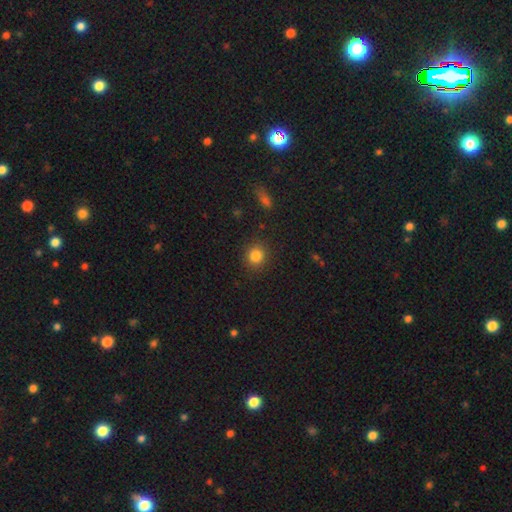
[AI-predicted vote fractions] smooth 84%, star or artifact 11%, featured or disk 5%. Down the decision tree: how rounded — round (86%); merging — none (89%).